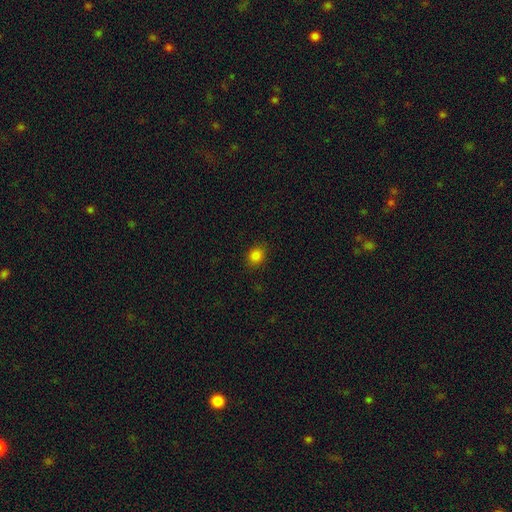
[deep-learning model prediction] A smooth galaxy with no disk features (83%) that is round (54%).

Vote fractions:
- Smooth or featured? smooth: 83% / star or artifact: 13% / featured or disk: 4%
- How rounded? round: 54% / in between: 45% / cigar-shaped: 1%
- Merging? none: 87% / minor disturbance: 10% / major disturbance: 2% / merger: 1%